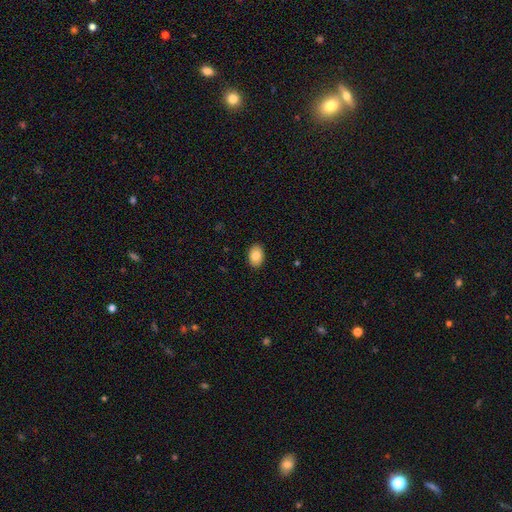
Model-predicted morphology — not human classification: smooth 84%, featured or disk 9%, star or artifact 7%. Down the decision tree: how rounded — in between (86%); merging — none (90%).